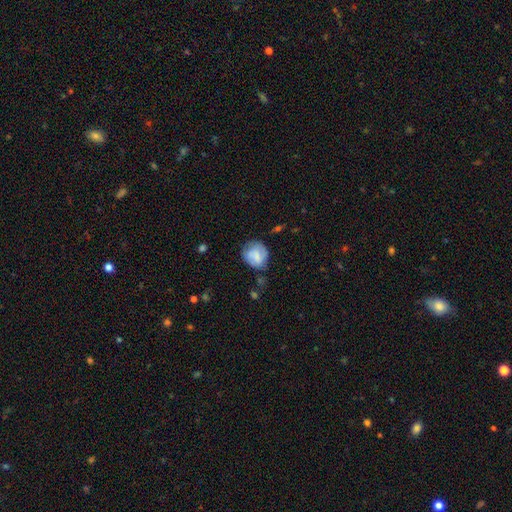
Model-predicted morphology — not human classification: This appears to be a smooth galaxy with no disk features (66%) that is round (70%). Merging: none (56%).